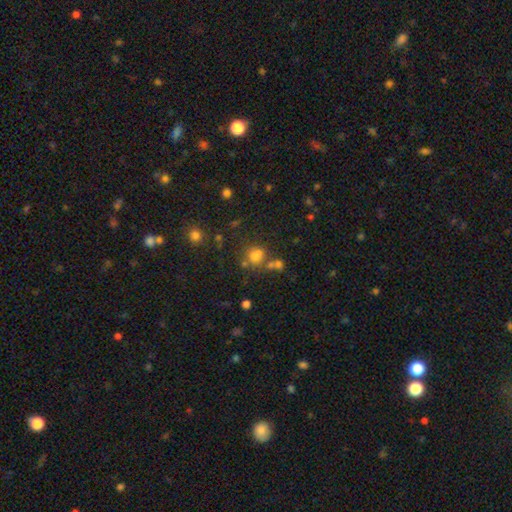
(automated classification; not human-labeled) Smooth or featured? Predicted: smooth (p=0.68). How rounded? Predicted: round (p=0.77). Merging? Predicted: none (p=0.56).